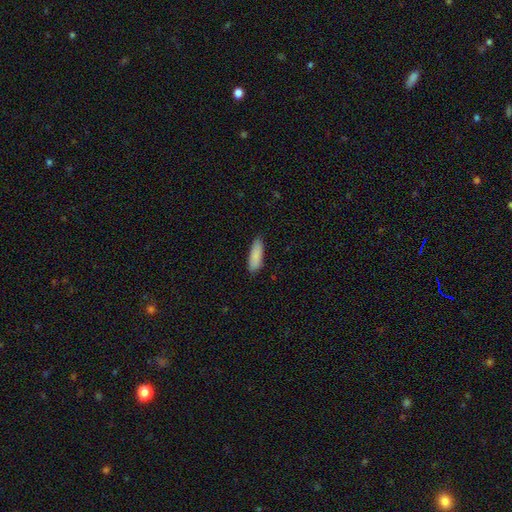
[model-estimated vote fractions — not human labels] smooth_or_featured: smooth (p=0.87) [alt: featured or disk p=0.07]
how_rounded: in between (p=0.55) [alt: cigar-shaped p=0.44]
merging: none (p=0.84) [alt: minor disturbance p=0.13]